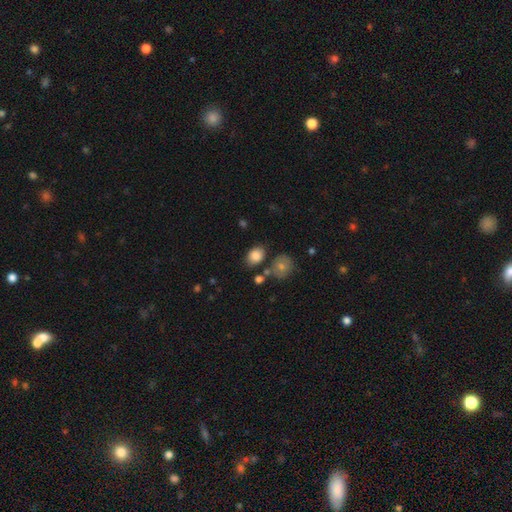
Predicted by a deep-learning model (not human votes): Overall: smooth (84%). How rounded: in between (69%; round 30%). Merging: none (70%).